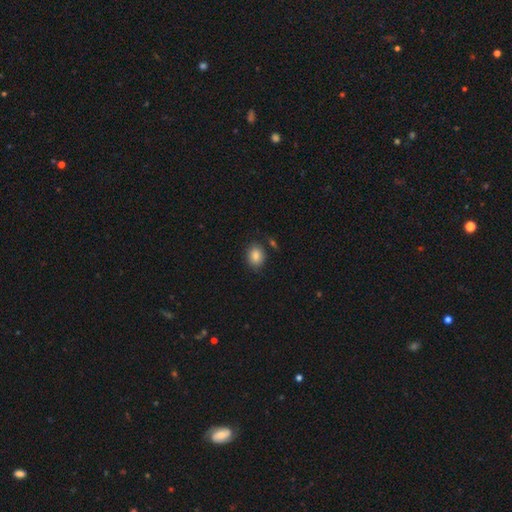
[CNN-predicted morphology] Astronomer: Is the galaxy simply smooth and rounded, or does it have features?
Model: smooth — 85%.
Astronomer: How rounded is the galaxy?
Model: round — 53% (runner-up: in between, 46%).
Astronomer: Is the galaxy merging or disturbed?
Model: none — 82%.